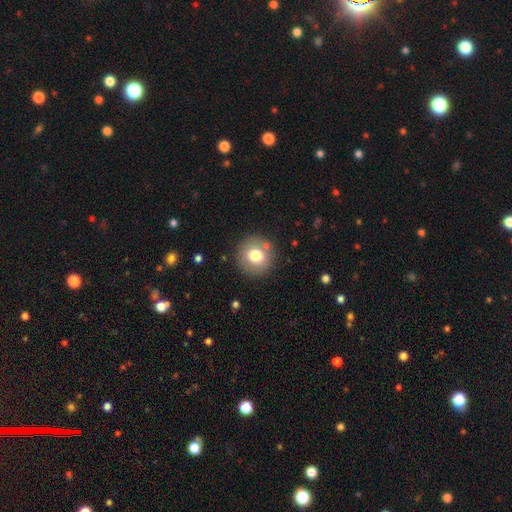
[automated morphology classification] Overall: smooth (75%). How rounded: round (91%). Merging: none (85%).